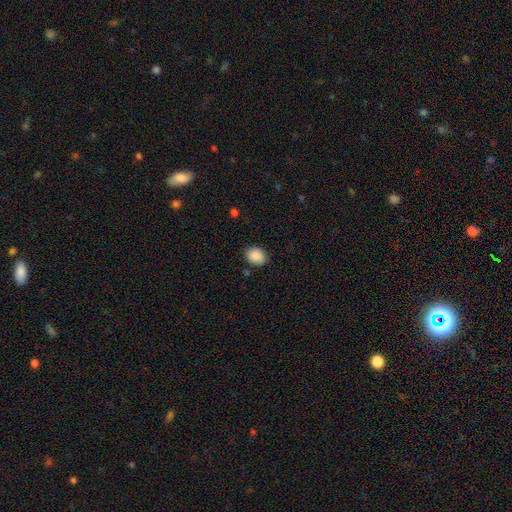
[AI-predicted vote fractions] Smooth or featured? Predicted: smooth (p=0.89). How rounded? Predicted: in between (p=0.57). Merging? Predicted: none (p=0.84).